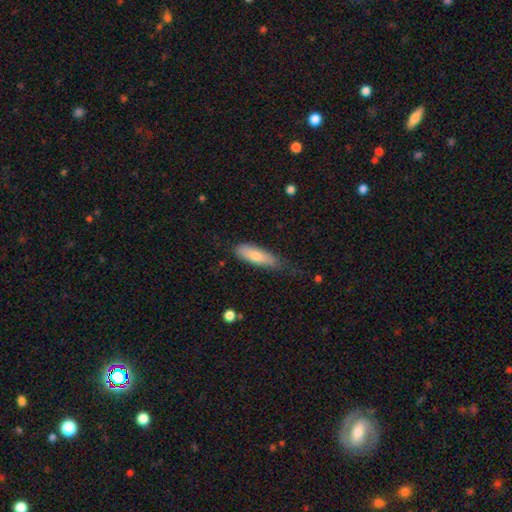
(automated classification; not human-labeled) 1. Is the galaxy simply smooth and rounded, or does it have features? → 78% smooth, 16% featured or disk, 6% star or artifact.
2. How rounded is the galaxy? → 52% in between, 47% cigar-shaped, 2% round.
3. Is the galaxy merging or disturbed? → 53% none, 36% minor disturbance, 10% major disturbance, 2% merger.